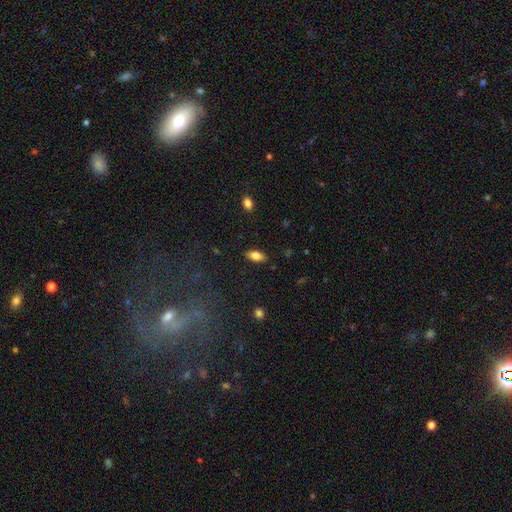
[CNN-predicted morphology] Smooth or featured?
  - smooth: 79% *
  - featured or disk: 13%
  - star or artifact: 8%
How rounded?
  - in between: 88% *
  - cigar-shaped: 8%
  - round: 3%
Merging?
  - none: 87% *
  - minor disturbance: 10%
  - major disturbance: 2%
  - merger: 1%